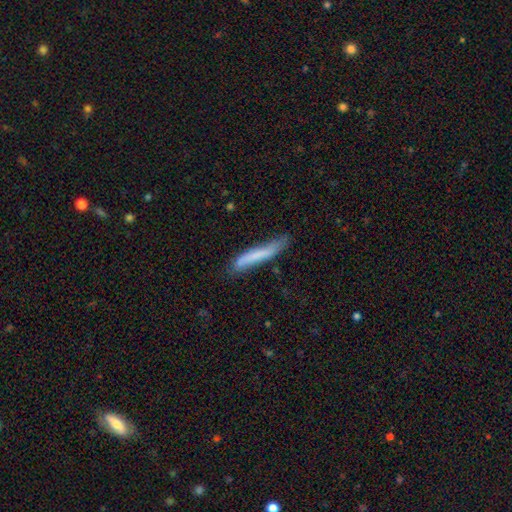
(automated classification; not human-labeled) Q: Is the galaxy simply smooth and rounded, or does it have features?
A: smooth — 66%.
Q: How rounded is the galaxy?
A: cigar-shaped — 93%.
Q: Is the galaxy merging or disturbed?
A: none — 59%.